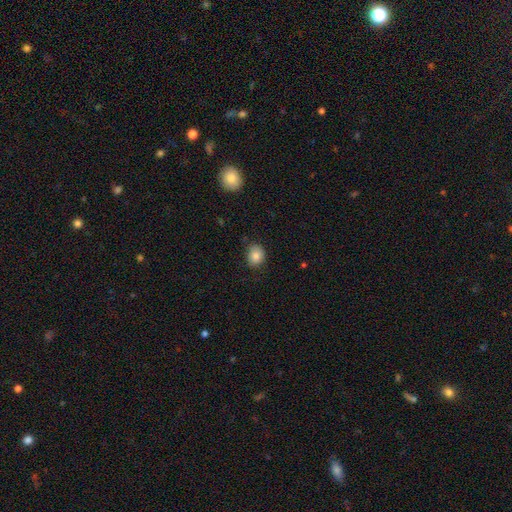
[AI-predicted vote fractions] smooth_or_featured: smooth (p=0.83) [alt: star or artifact p=0.10]
how_rounded: round (p=0.53) [alt: in between p=0.47]
merging: none (p=0.78) [alt: minor disturbance p=0.17]